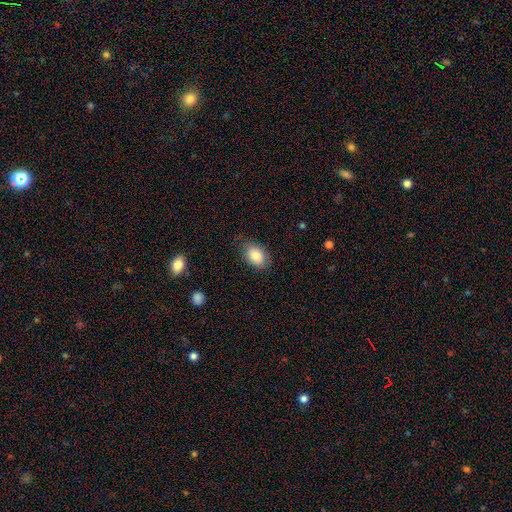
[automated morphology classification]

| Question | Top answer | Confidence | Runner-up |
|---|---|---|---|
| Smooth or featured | smooth | 81% | featured or disk (11%) |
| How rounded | in between | 84% | round (15%) |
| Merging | none | 74% | minor disturbance (20%) |